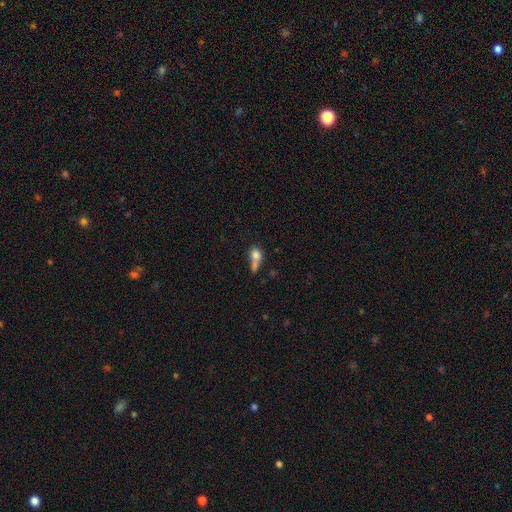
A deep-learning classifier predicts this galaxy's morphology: This appears to be a smooth galaxy with no disk features (74%) that is round (49%). Merging: merger (56%).